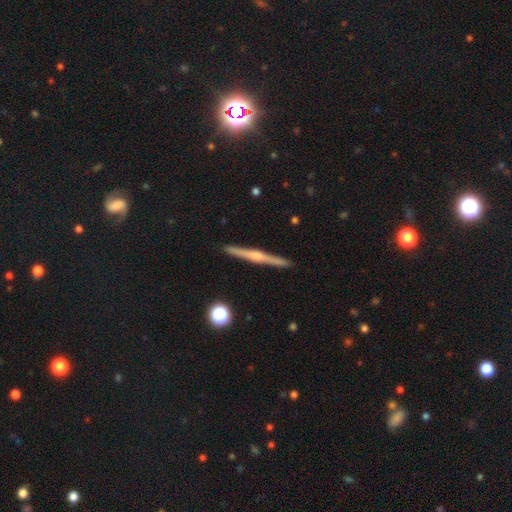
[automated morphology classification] smooth_or_featured: featured or disk (p=0.73) [alt: smooth p=0.21]
disk_edge_on: yes (p=0.98) [alt: no p=0.02]
edge_on_bulge: rounded (p=0.74) [alt: none p=0.14]
merging: none (p=0.92) [alt: minor disturbance p=0.05]